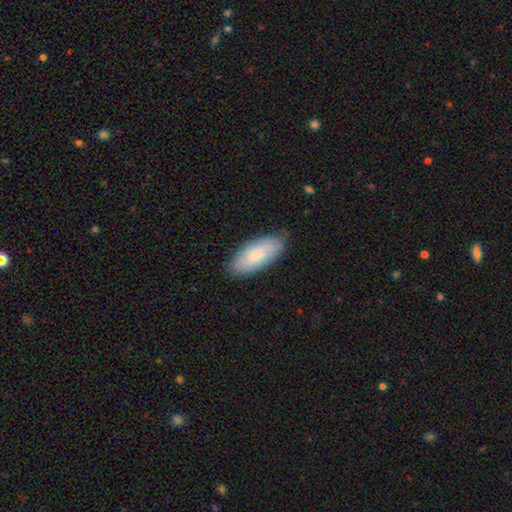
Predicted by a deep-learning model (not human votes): This appears to be a smooth galaxy with no disk features (79%) that is in between round and cigar-shaped (85%). Merging: none (86%).